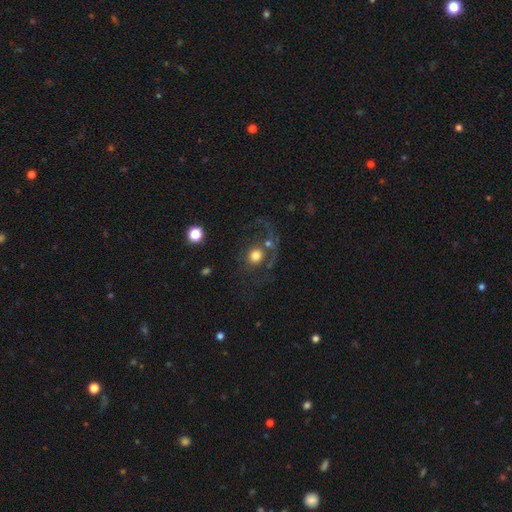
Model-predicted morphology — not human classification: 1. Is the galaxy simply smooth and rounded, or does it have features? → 50% smooth, 38% featured or disk, 12% star or artifact.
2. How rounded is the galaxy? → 79% round, 20% in between, 1% cigar-shaped.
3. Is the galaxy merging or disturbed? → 43% none, 31% major disturbance, 13% minor disturbance, 13% merger.